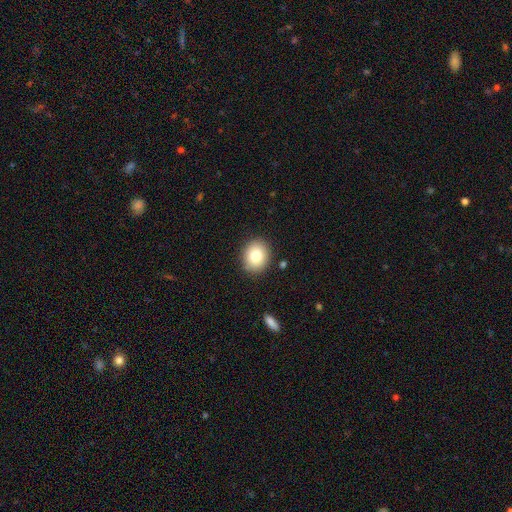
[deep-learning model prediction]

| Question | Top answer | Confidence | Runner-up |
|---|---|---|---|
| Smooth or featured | smooth | 81% | featured or disk (10%) |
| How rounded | round | 64% | in between (35%) |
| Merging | none | 88% | minor disturbance (8%) |